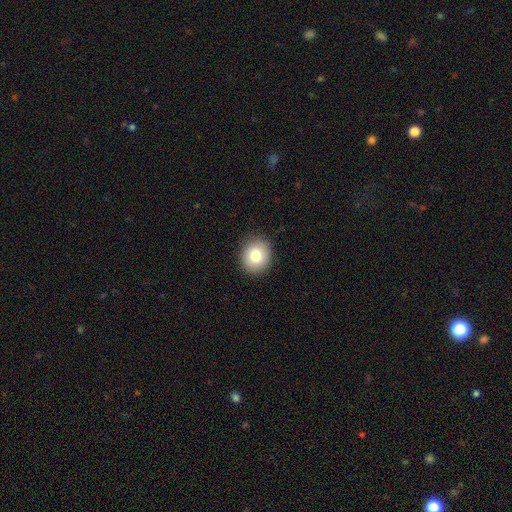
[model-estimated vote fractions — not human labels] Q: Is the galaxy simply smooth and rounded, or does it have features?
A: smooth — 80%.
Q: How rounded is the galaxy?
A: round — 79%.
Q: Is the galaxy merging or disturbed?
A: none — 90%.